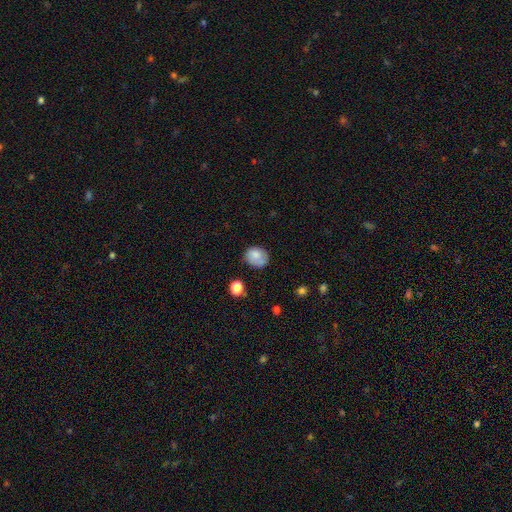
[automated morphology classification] The model was most divided on "how rounded": round: 56%, in between: 43%, cigar-shaped: 1%. More confident: smooth or featured — smooth (79%); merging — none (62%).